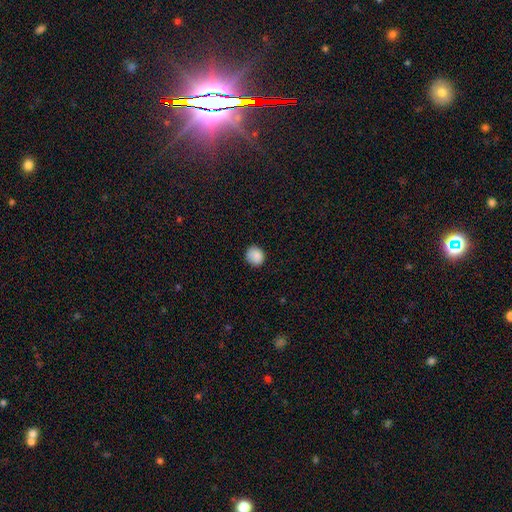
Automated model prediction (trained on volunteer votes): Q: Smooth or featured?
A: smooth (87%); runner-up: star or artifact (9%)
Q: How rounded?
A: round (83%); runner-up: in between (16%)
Q: Merging?
A: none (80%); runner-up: minor disturbance (15%)